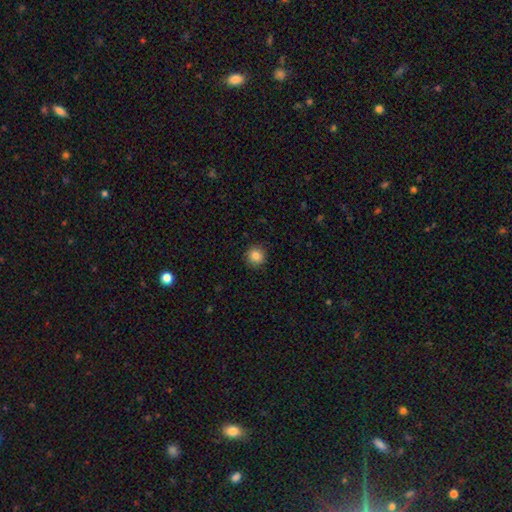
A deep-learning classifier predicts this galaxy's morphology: A smooth galaxy with no disk features (85%) that is round (93%). Merging: none (90%).